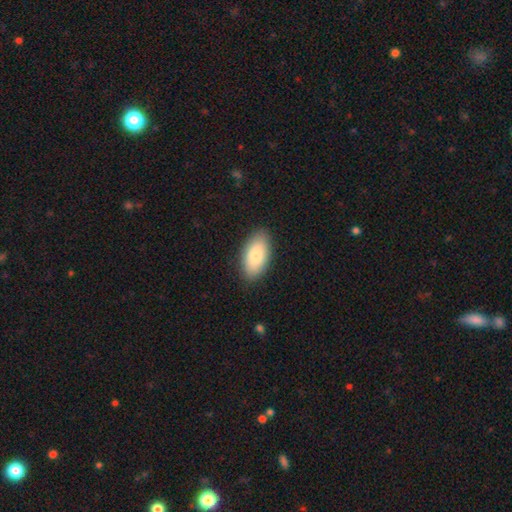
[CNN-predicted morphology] The model was most divided on "smooth or featured": smooth: 82%, featured or disk: 12%, star or artifact: 6%. More confident: how rounded — in between (94%); merging — none (87%).